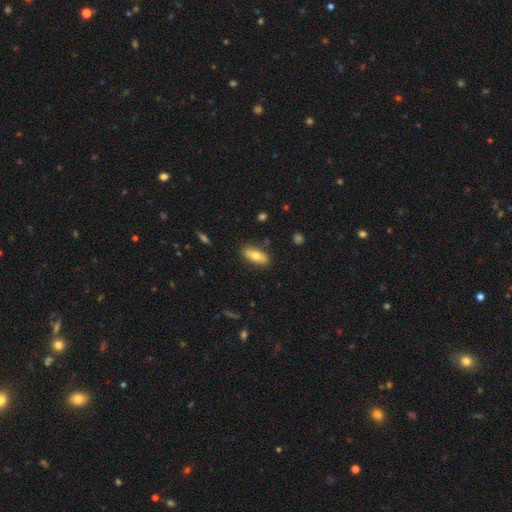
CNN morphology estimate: Smooth or featured: smooth — 70% (featured or disk — 23%)
How rounded: in between — 76% (cigar-shaped — 21%)
Merging: none — 85% (minor disturbance — 11%)